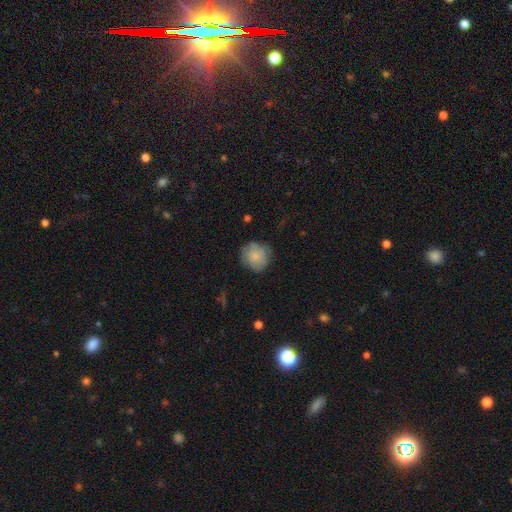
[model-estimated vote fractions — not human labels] smooth 77%, featured or disk 16%, star or artifact 7%. Down the decision tree: how rounded — round (90%); merging — none (74%).